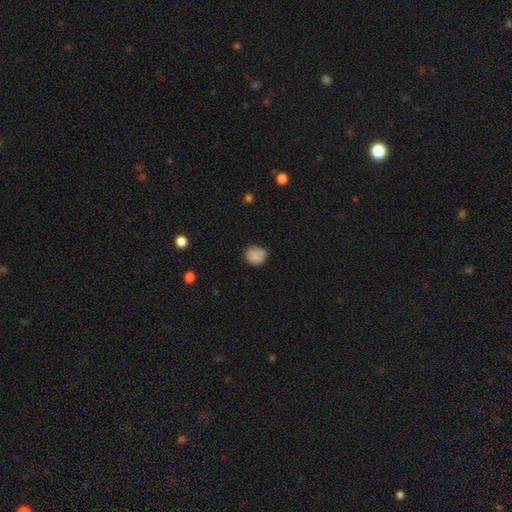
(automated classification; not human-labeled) smooth_or_featured: smooth (p=0.85) [alt: star or artifact p=0.09]
how_rounded: round (p=0.73) [alt: in between p=0.26]
merging: none (p=0.70) [alt: minor disturbance p=0.24]